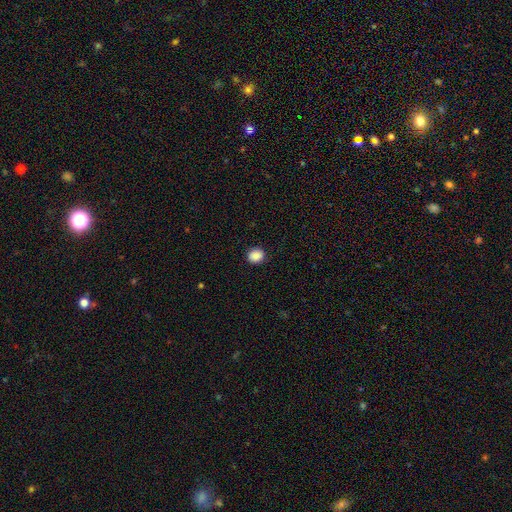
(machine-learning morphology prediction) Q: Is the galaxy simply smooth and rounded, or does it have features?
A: smooth — 89%.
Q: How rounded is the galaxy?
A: round — 78%.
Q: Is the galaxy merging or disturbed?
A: none — 89%.